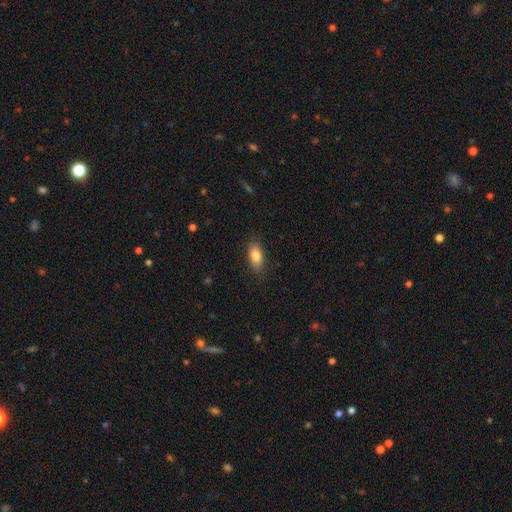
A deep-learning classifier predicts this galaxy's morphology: This appears to be a smooth galaxy with no disk features (82%) that is in between round and cigar-shaped (86%). Merging: none (85%).